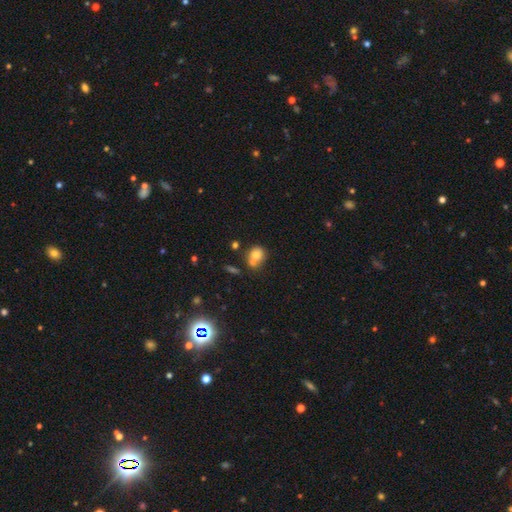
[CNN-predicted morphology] Smooth or featured? Predicted: smooth (p=0.75). How rounded? Predicted: round (p=0.63). Merging? Predicted: none (p=0.41).